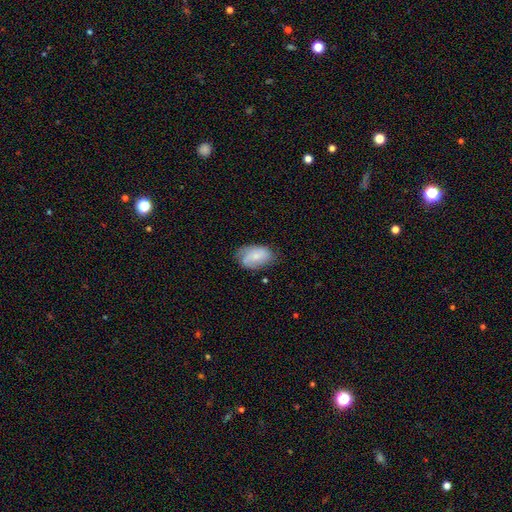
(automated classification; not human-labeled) Smooth or featured?
  - smooth: 52% *
  - featured or disk: 40%
  - star or artifact: 7%
How rounded?
  - in between: 90% *
  - round: 8%
  - cigar-shaped: 2%
Merging?
  - none: 63% *
  - minor disturbance: 27%
  - major disturbance: 9%
  - merger: 2%